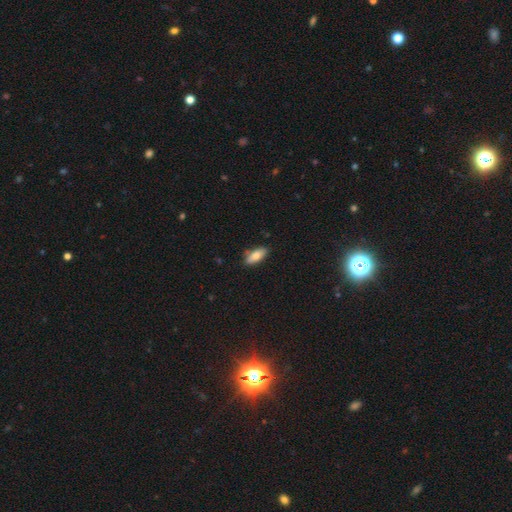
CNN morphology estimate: A smooth galaxy with no disk features (77%) that is in between round and cigar-shaped (76%).

Vote fractions:
- Smooth or featured? smooth: 77% / featured or disk: 17% / star or artifact: 6%
- How rounded? in between: 76% / cigar-shaped: 21% / round: 2%
- Merging? none: 82% / minor disturbance: 13% / merger: 3% / major disturbance: 2%